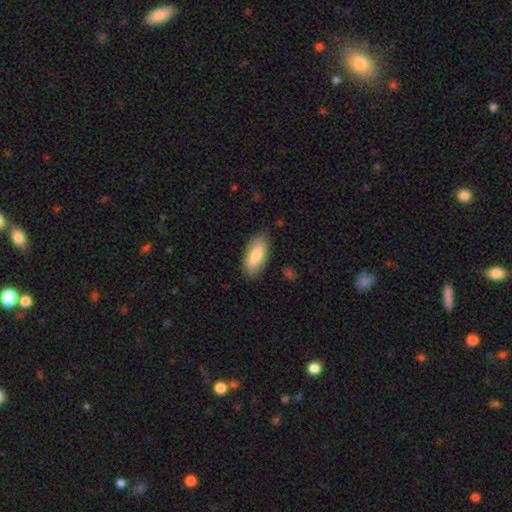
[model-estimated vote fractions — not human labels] smooth 82%, featured or disk 13%, star or artifact 6%. Down the decision tree: how rounded — in between (85%); merging — none (85%).